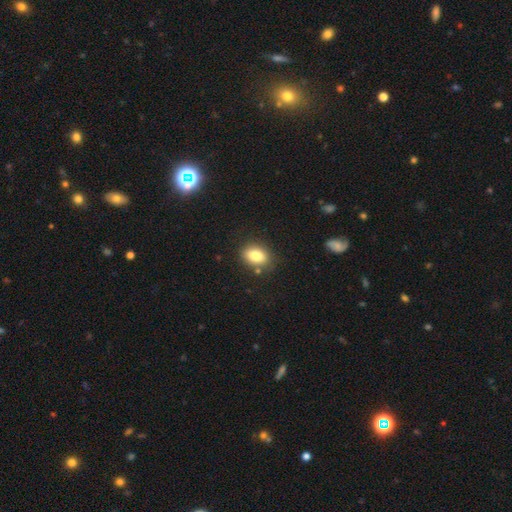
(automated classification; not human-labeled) smooth 82%, star or artifact 9%, featured or disk 9%. Down the decision tree: how rounded — in between (74%); merging — none (82%).